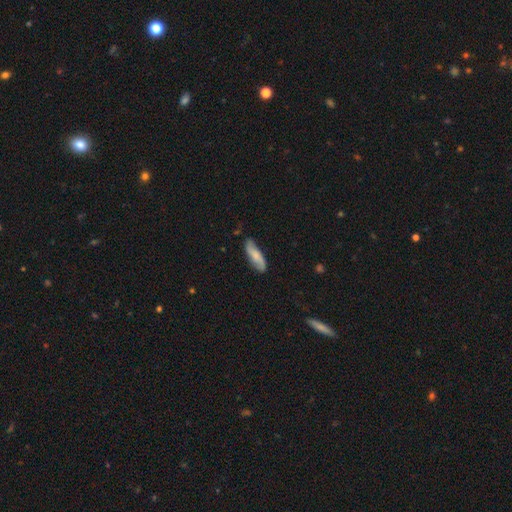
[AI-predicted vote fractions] smooth 56%, featured or disk 38%, star or artifact 6%. Down the decision tree: how rounded — in between (51%); merging — none (77%).